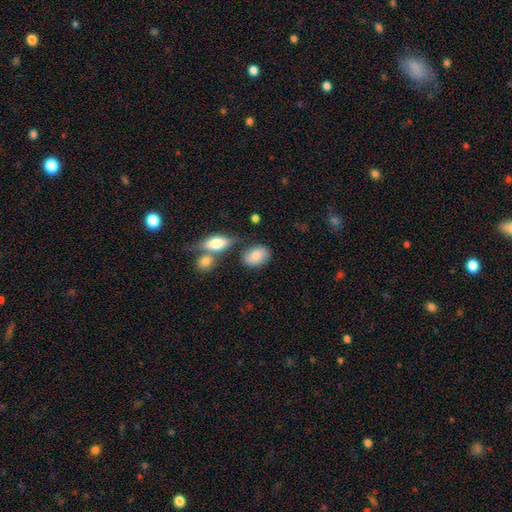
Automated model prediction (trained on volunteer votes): Smooth or featured? Predicted: smooth (p=0.81). How rounded? Predicted: in between (p=0.76). Merging? Predicted: none (p=0.68).